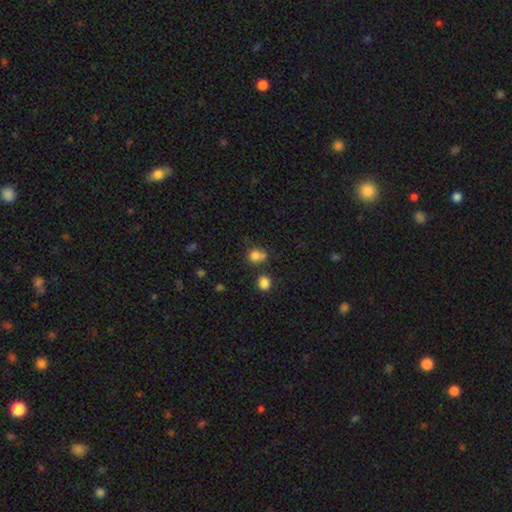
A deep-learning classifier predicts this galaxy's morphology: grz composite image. It shows a smooth galaxy with no disk features (79%) that is round (76%). Merging: none (52%).